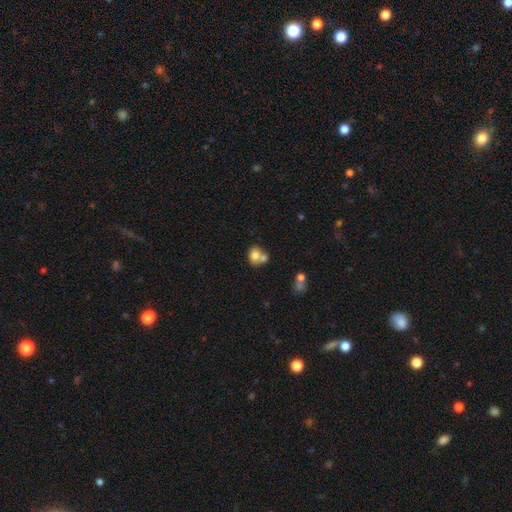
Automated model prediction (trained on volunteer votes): A smooth galaxy with no disk features (75%) that is round (50%). Merging: merger (51%).